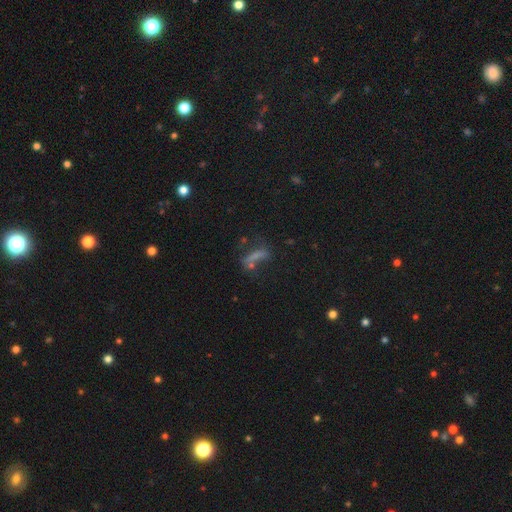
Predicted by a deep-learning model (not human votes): The model was most divided on "smooth or featured": smooth: 46%, star or artifact: 27%, featured or disk: 27%. Remaining: merging — none (42%).